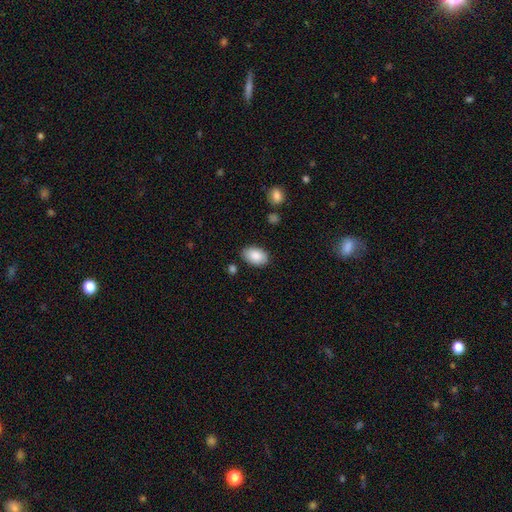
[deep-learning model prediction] A smooth galaxy with no disk features (88%) that is in between round and cigar-shaped (92%).

Vote fractions:
- Smooth or featured? smooth: 88% / star or artifact: 6% / featured or disk: 5%
- How rounded? in between: 92% / round: 7% / cigar-shaped: 1%
- Merging? none: 84% / minor disturbance: 11% / major disturbance: 3% / merger: 2%